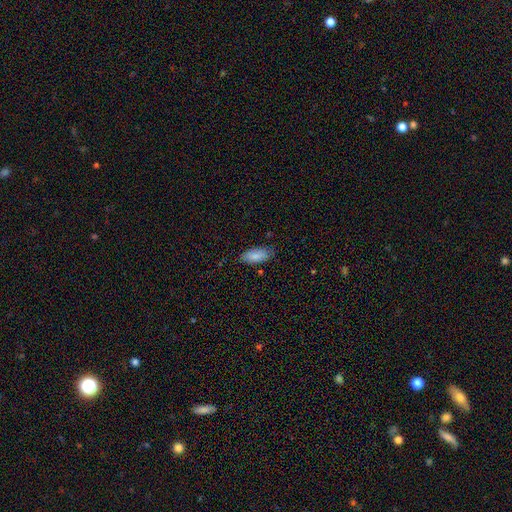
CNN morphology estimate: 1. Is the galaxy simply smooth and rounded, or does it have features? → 85% smooth, 9% featured or disk, 6% star or artifact.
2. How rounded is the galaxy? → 84% in between, 14% cigar-shaped, 2% round.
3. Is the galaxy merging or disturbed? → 78% none, 18% minor disturbance, 3% major disturbance, 1% merger.